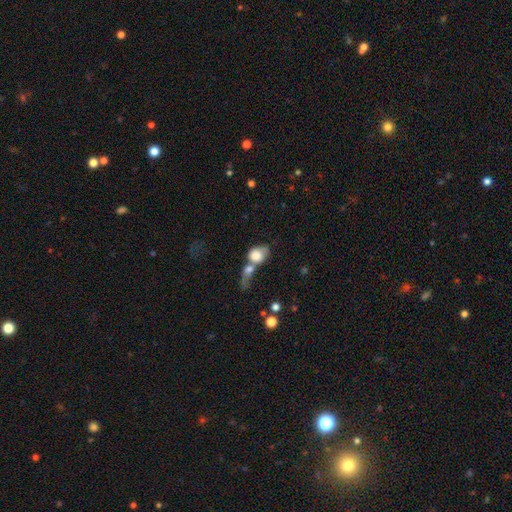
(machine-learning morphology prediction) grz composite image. It shows a smooth galaxy with no disk features (75%) that is in between round and cigar-shaped (53%). Merging: merger (68%).